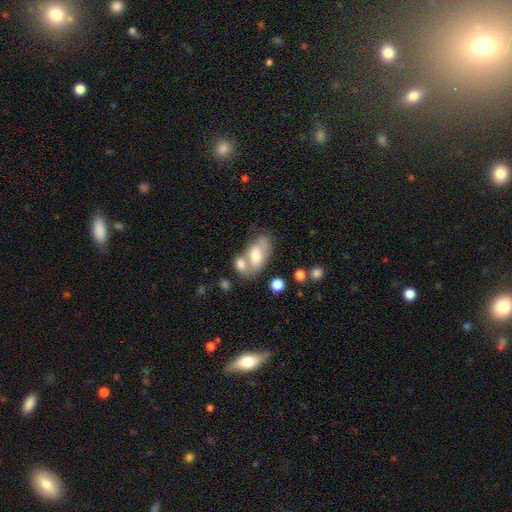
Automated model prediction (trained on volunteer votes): This is possibly a smooth galaxy (57%). How rounded: clearly in between (89%). Merging: marginally merger (43%).